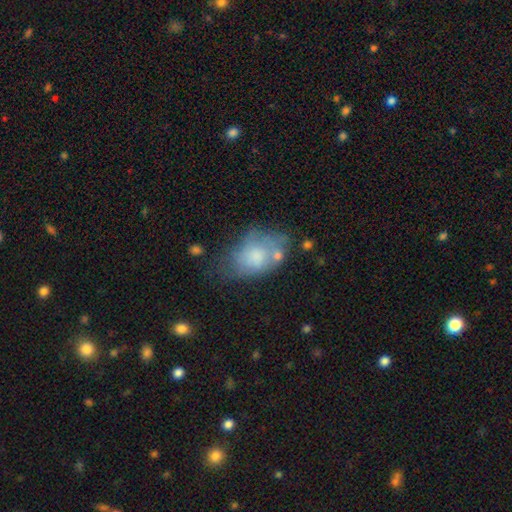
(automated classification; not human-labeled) smooth_or_featured: smooth (p=0.63) [alt: featured or disk p=0.29]
how_rounded: in between (p=0.81) [alt: round p=0.18]
merging: none (p=0.32) [alt: minor disturbance p=0.30]